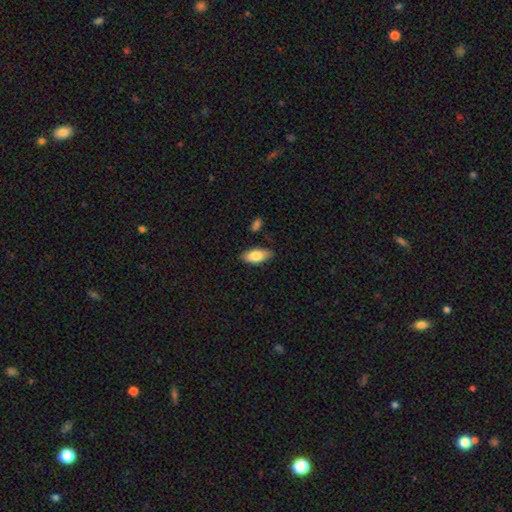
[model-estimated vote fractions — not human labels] This is likely a smooth galaxy (80%). How rounded: clearly in between (88%). Merging: clearly none (84%).